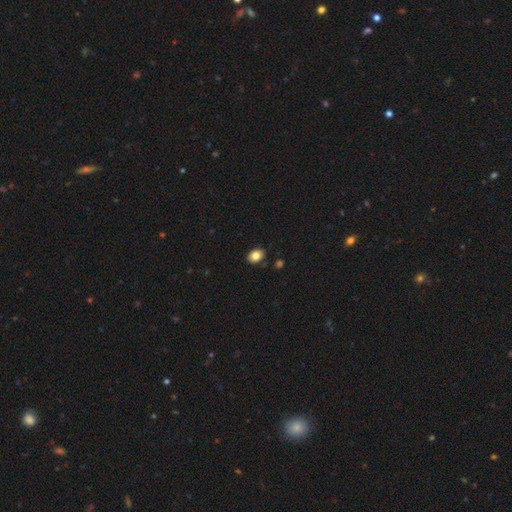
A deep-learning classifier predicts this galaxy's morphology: A smooth galaxy with no disk features (83%) that is in between round and cigar-shaped (72%). Merging: none (87%).